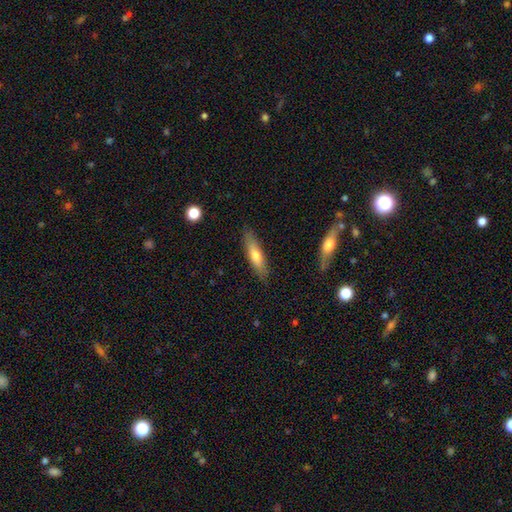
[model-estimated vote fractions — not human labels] Q: Smooth or featured?
A: smooth (64%); runner-up: featured or disk (30%)
Q: How rounded?
A: cigar-shaped (70%); runner-up: in between (28%)
Q: Merging?
A: none (85%); runner-up: minor disturbance (11%)